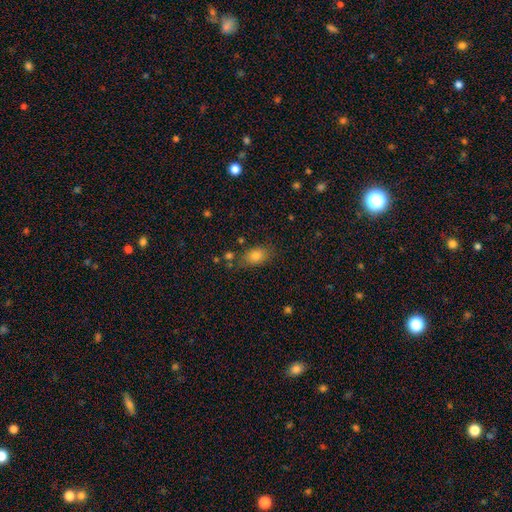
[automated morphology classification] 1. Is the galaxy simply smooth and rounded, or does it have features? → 78% smooth, 13% star or artifact, 9% featured or disk.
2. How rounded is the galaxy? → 76% in between, 21% round, 4% cigar-shaped.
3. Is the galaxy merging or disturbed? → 72% none, 17% minor disturbance, 5% merger, 5% major disturbance.